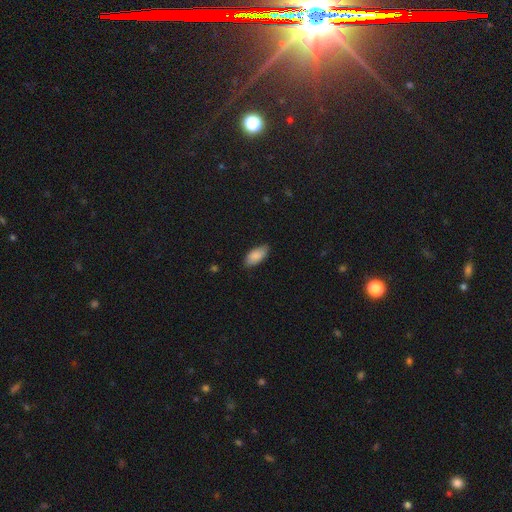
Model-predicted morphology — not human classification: The model was most divided on "merging": none: 80%, minor disturbance: 17%, major disturbance: 3%, merger: 1%. More confident: how rounded — in between (91%); smooth or featured — smooth (87%).